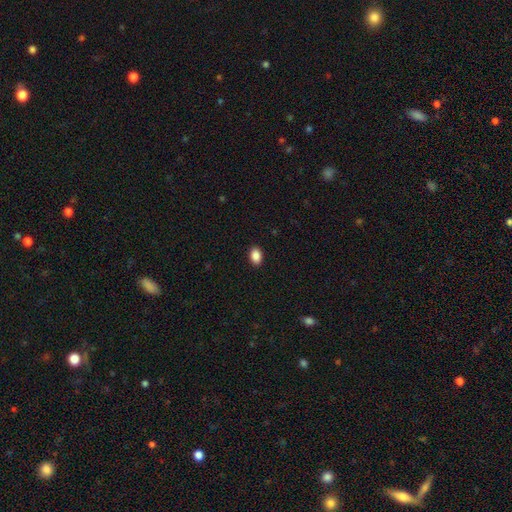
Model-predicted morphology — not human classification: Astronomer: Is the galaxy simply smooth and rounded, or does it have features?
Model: smooth — 89%.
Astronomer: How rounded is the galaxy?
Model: in between — 85%.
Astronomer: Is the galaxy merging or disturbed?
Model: none — 91%.